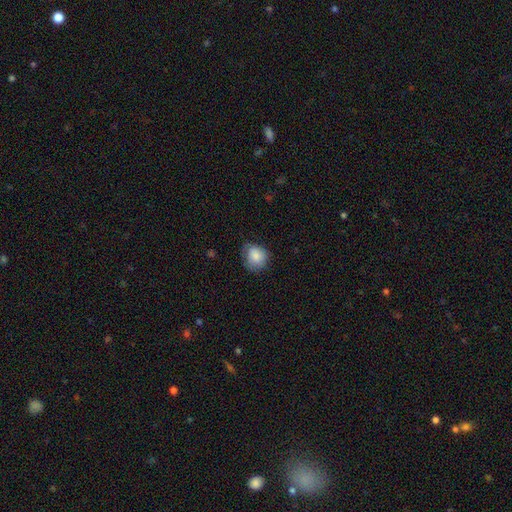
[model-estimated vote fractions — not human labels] Q: Smooth or featured?
A: smooth (81%); runner-up: featured or disk (11%)
Q: How rounded?
A: round (69%); runner-up: in between (30%)
Q: Merging?
A: none (60%); runner-up: minor disturbance (31%)